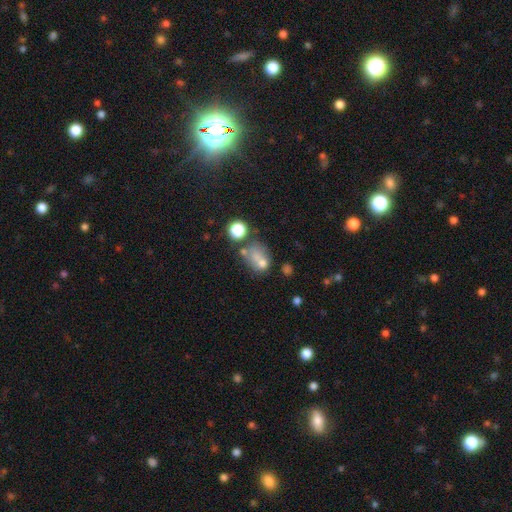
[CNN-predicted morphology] Smooth or featured: smooth — 65% (featured or disk — 19%)
How rounded: in between — 54% (round — 45%)
Merging: merger — 37% (none — 33%)